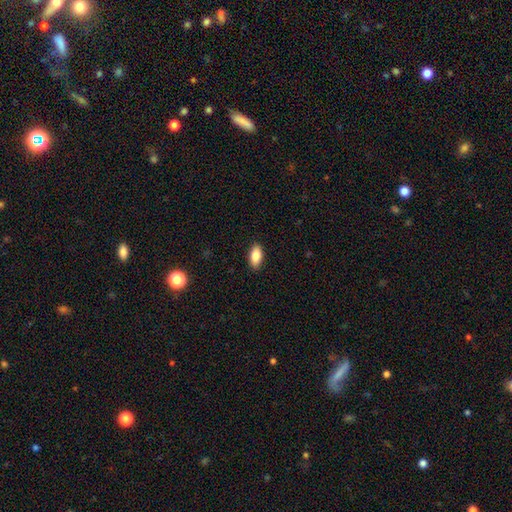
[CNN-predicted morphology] smooth-or-featured: smooth: 85% | featured or disk: 8% | star or artifact: 7%
  how-rounded: in between: 90% | cigar-shaped: 7% | round: 3%
  merging: none: 90% | minor disturbance: 8% | major disturbance: 2% | merger: 1%